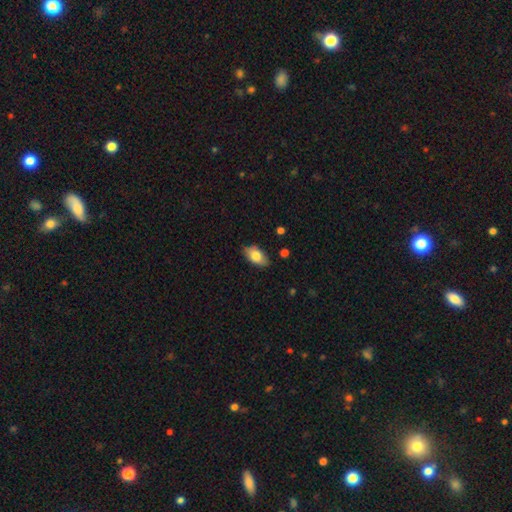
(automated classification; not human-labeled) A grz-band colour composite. It shows a smooth galaxy with no disk features (80%) that is in between round and cigar-shaped (92%). Merging: none (82%).